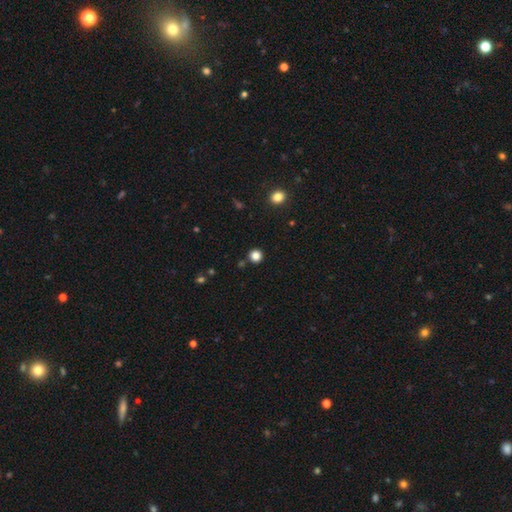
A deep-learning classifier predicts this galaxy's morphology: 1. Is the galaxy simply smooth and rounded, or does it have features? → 84% smooth, 13% star or artifact, 3% featured or disk.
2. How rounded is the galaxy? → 94% round, 5% in between, 1% cigar-shaped.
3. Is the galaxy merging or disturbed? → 90% none, 5% minor disturbance, 3% merger, 2% major disturbance.